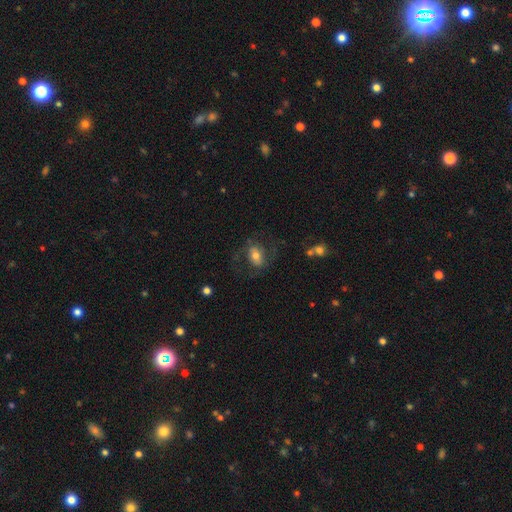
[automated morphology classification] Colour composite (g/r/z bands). It shows a smooth galaxy with no disk features (47%). Merging: none (60%).